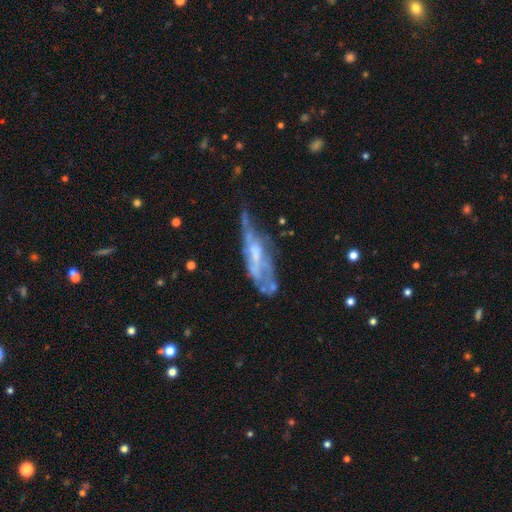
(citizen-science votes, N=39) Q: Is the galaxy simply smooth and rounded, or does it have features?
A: featured or disk — 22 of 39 (56%).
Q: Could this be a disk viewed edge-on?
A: no — 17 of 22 (77%).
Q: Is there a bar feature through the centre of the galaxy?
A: no — 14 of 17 (82%).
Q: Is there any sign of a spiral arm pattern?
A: no — 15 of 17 (88%).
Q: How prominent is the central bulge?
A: none — 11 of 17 (65%).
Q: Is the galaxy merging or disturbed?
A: major disturbance — 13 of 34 (38%).